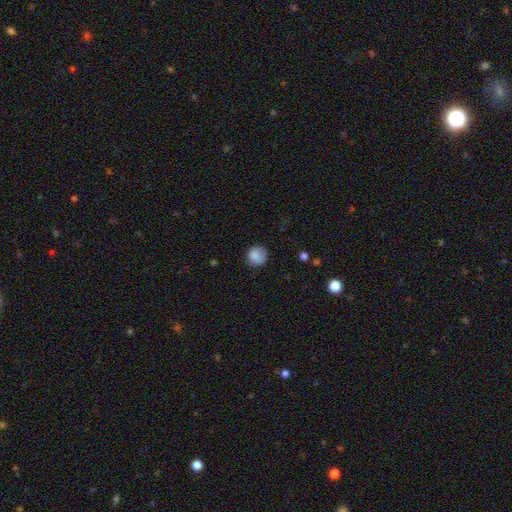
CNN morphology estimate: Smooth or featured? smooth (86%)
How rounded? round (89%)
Merging? none (79%)